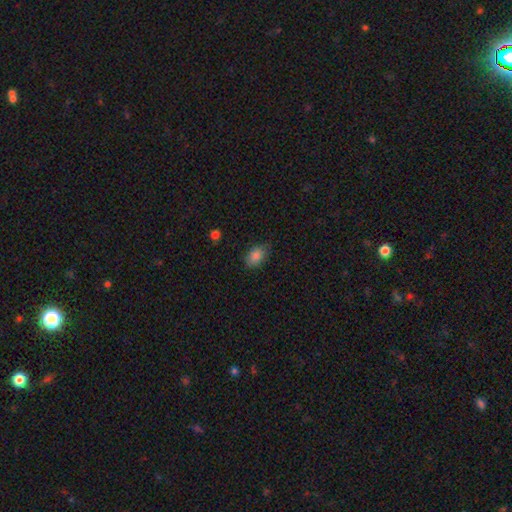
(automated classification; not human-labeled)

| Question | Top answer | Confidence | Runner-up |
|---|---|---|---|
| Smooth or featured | smooth | 85% | star or artifact (8%) |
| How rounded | in between | 86% | round (13%) |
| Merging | none | 74% | minor disturbance (20%) |